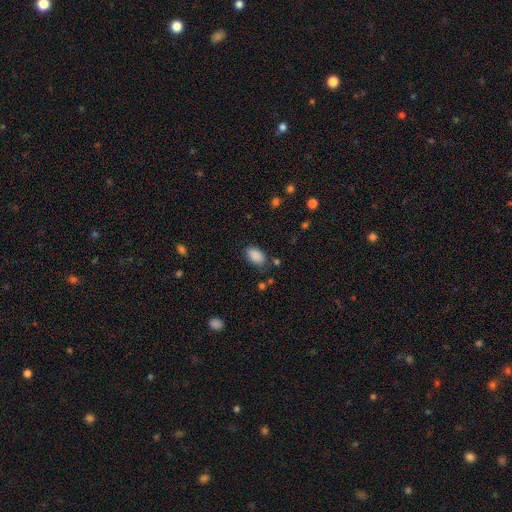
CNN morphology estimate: Smooth or featured? Predicted: smooth (p=0.89). How rounded? Predicted: in between (p=0.92). Merging? Predicted: none (p=0.80).